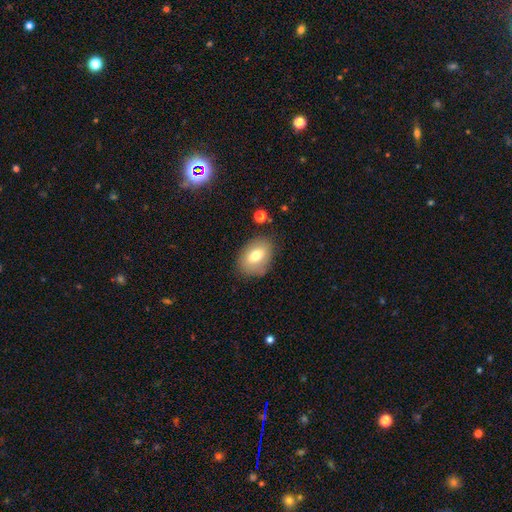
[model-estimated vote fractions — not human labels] The model was most divided on "smooth or featured": smooth: 70%, featured or disk: 21%, star or artifact: 9%. More confident: merging — none (80%); how rounded — in between (77%).